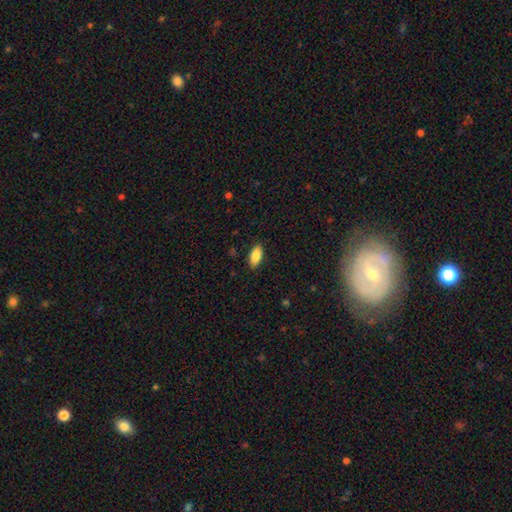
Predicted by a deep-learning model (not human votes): This appears to be a smooth galaxy with no disk features (88%) that is in between round and cigar-shaped (89%). Merging: none (88%).